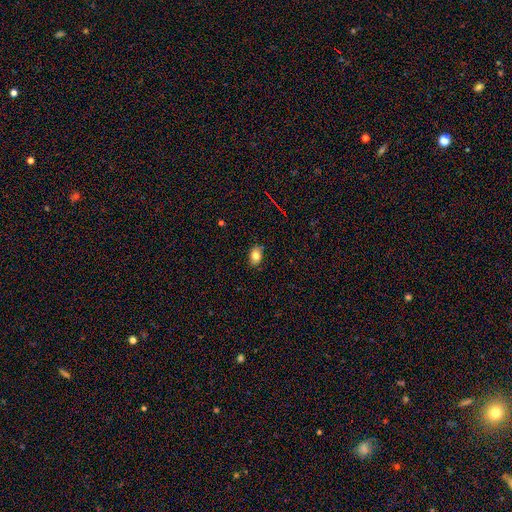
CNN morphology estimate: A smooth galaxy with no disk features (81%) that is in between round and cigar-shaped (84%).

Vote fractions:
- Smooth or featured? smooth: 81% / star or artifact: 9% / featured or disk: 9%
- How rounded? in between: 84% / round: 15% / cigar-shaped: 2%
- Merging? none: 83% / minor disturbance: 13% / major disturbance: 2% / merger: 1%